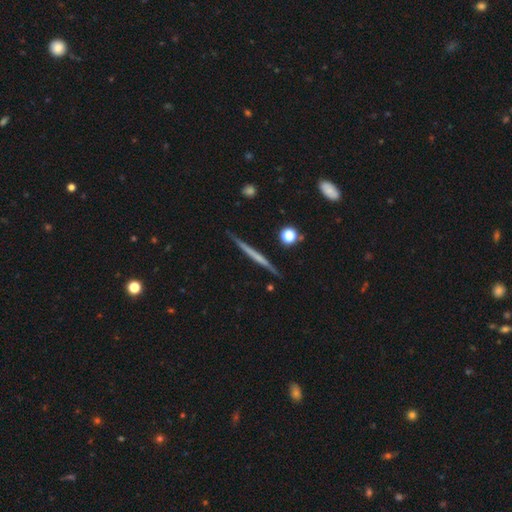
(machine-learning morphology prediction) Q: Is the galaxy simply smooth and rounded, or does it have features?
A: featured or disk — 61%.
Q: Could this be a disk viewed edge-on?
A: yes — 98%.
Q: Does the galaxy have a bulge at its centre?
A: none — 83%.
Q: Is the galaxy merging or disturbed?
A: none — 89%.